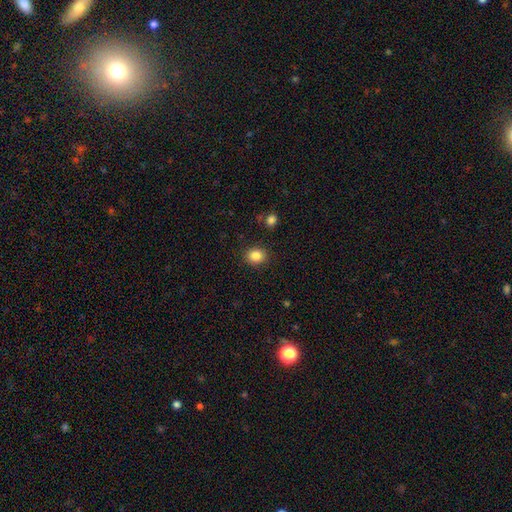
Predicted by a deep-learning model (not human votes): Smooth or featured: smooth — 85% (star or artifact — 10%)
How rounded: round — 64% (in between — 35%)
Merging: none — 89% (minor disturbance — 7%)